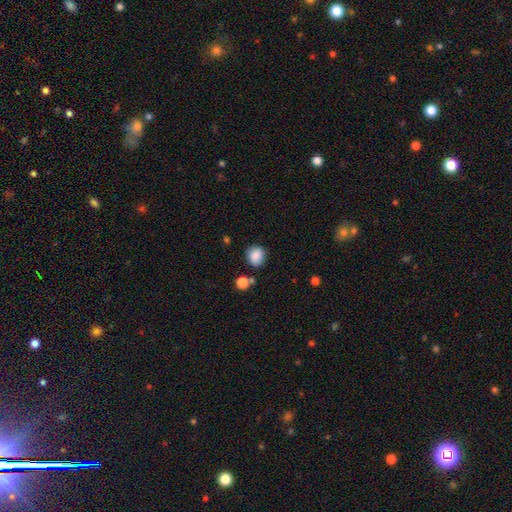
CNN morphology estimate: Overall: smooth (87%). How rounded: round (76%). Merging: none (78%).